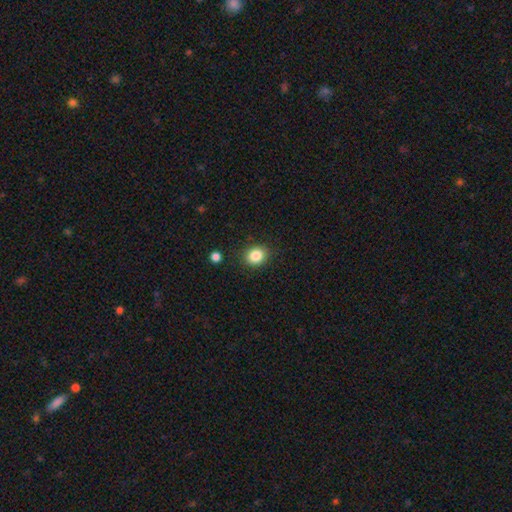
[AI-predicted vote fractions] smooth_or_featured: smooth (p=0.85) [alt: star or artifact p=0.10]
how_rounded: round (p=0.63) [alt: in between p=0.36]
merging: none (p=0.86) [alt: minor disturbance p=0.09]